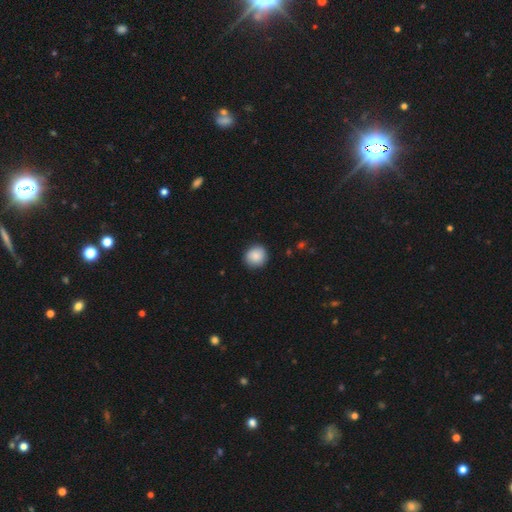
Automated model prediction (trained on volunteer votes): This appears to be a smooth galaxy with no disk features (87%) that is round (90%). Merging: none (89%).